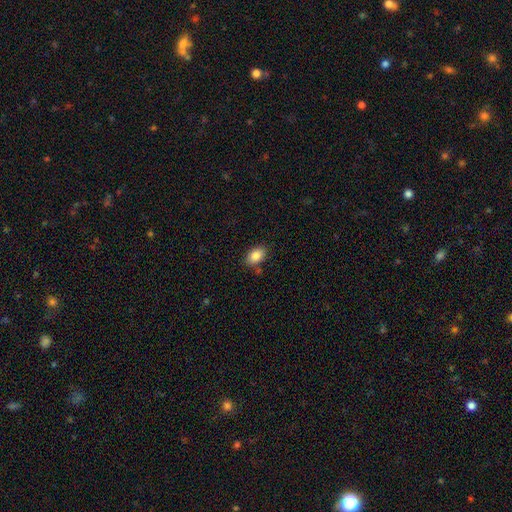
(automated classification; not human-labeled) Smooth or featured? smooth (86%)
How rounded? in between (88%)
Merging? none (83%)